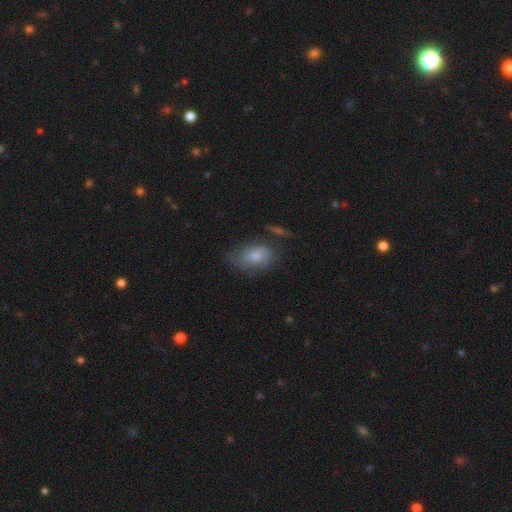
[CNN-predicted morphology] This appears to be a smooth galaxy with no disk features (62%) that is in between round and cigar-shaped (85%). Merging: none (51%).